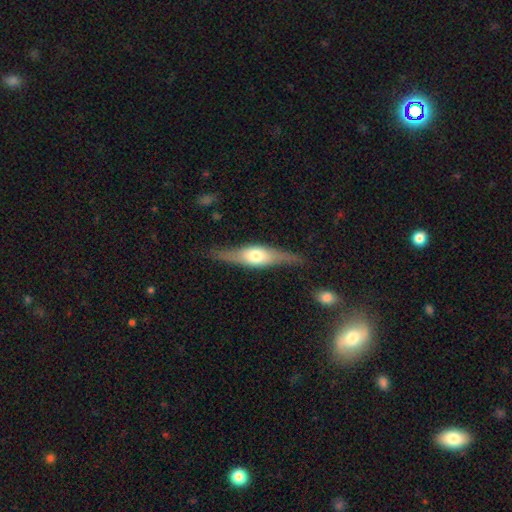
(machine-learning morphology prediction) type=featured or disk (64%); edge-on=yes (88%); edge-on bulge=rounded (87%); merging=none (79%).